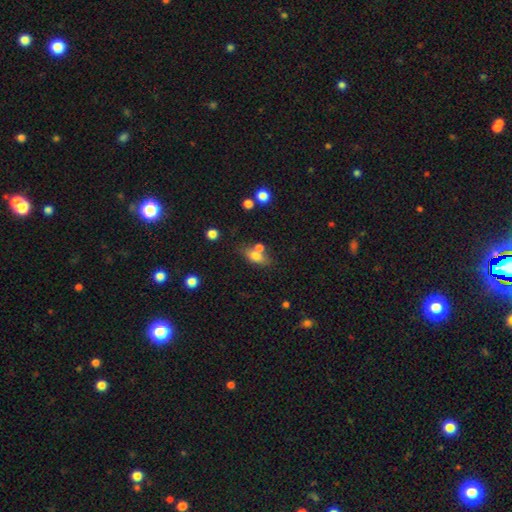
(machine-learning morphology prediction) Smooth or featured: smooth — 71% (featured or disk — 19%)
How rounded: in between — 77% (cigar-shaped — 13%)
Merging: none — 57% (merger — 24%)